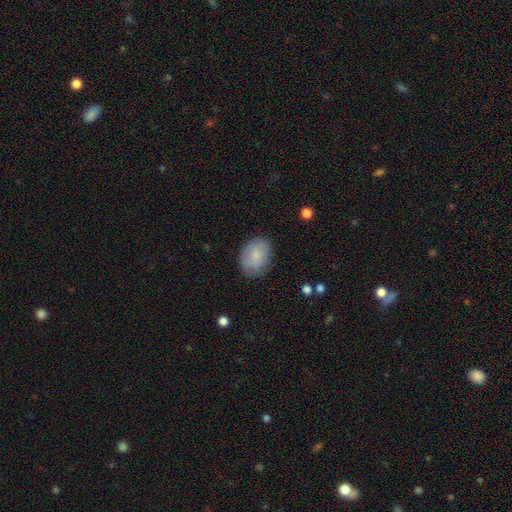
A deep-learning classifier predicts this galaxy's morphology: smooth_or_featured: smooth (p=0.82) [alt: featured or disk p=0.11]
how_rounded: in between (p=0.75) [alt: round p=0.24]
merging: none (p=0.78) [alt: minor disturbance p=0.16]